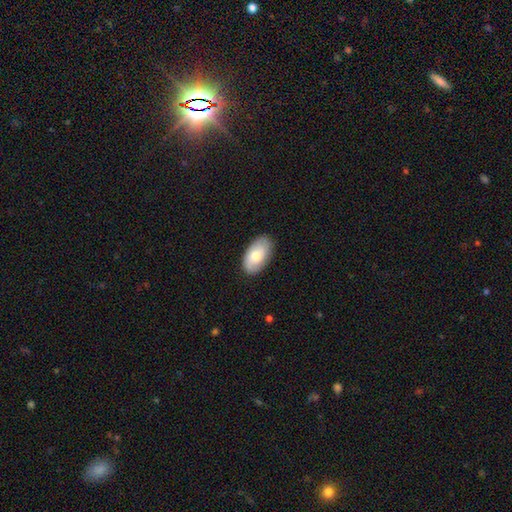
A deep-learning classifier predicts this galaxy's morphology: A smooth galaxy with no disk features (71%) that is in between round and cigar-shaped (95%).

Vote fractions:
- Smooth or featured? smooth: 71% / featured or disk: 24% / star or artifact: 6%
- How rounded? in between: 95% / round: 4% / cigar-shaped: 2%
- Merging? none: 85% / minor disturbance: 12% / major disturbance: 2% / merger: 1%